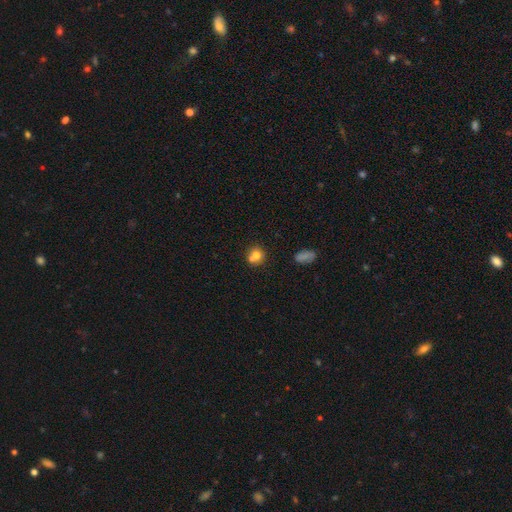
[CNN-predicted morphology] This appears to be a smooth galaxy with no disk features (71%) that is round (82%). Merging: none (45%).